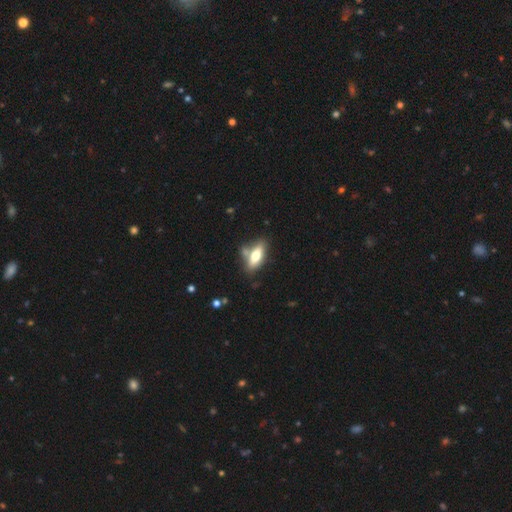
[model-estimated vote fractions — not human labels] Overall: smooth (62%; featured or disk 31%). How rounded: in between (72%). Merging: none (66%).